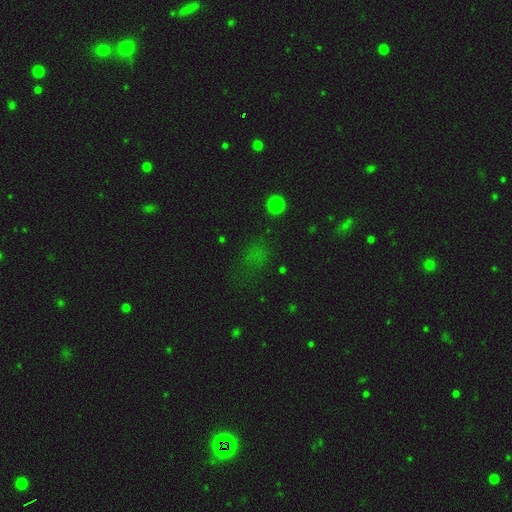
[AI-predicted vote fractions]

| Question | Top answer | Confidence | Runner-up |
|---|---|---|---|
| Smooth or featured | smooth | 44% | star or artifact (43%) |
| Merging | none | 61% | major disturbance (19%) |